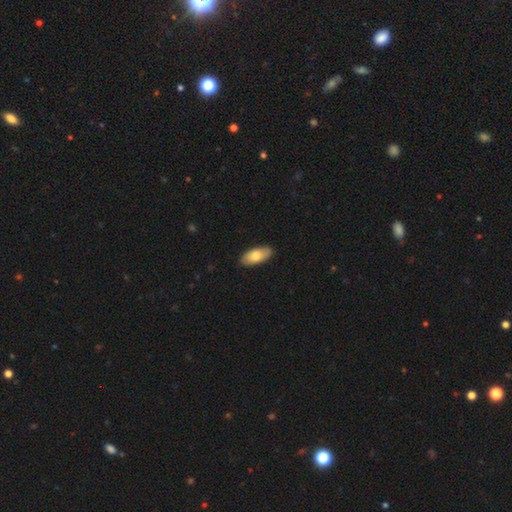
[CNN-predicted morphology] Smooth or featured: smooth — 77% (featured or disk — 18%)
How rounded: in between — 90% (cigar-shaped — 8%)
Merging: none — 87% (minor disturbance — 11%)